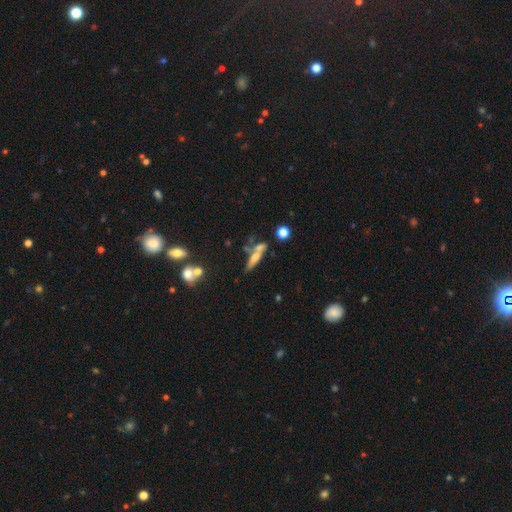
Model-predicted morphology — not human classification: smooth 45%, featured or disk 44%, star or artifact 10%. Down the decision tree: merging — none (47%).